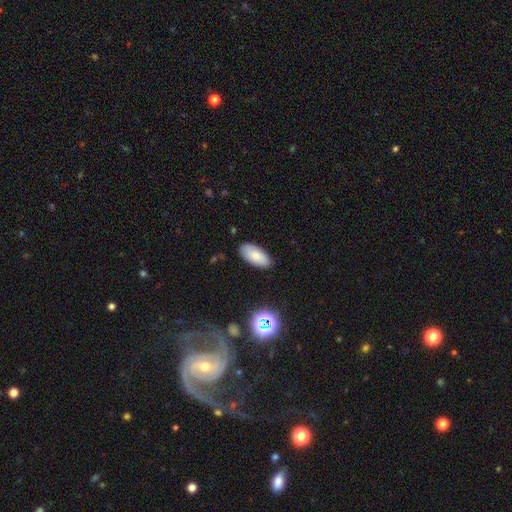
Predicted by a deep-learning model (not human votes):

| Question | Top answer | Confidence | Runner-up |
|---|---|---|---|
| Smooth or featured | smooth | 82% | featured or disk (10%) |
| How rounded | in between | 93% | cigar-shaped (5%) |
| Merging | none | 86% | minor disturbance (11%) |